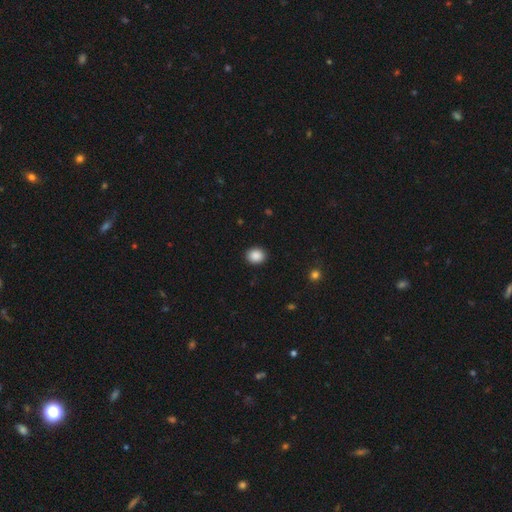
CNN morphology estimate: Q: Smooth or featured?
A: smooth (88%); runner-up: star or artifact (9%)
Q: How rounded?
A: round (70%); runner-up: in between (29%)
Q: Merging?
A: none (91%); runner-up: minor disturbance (6%)